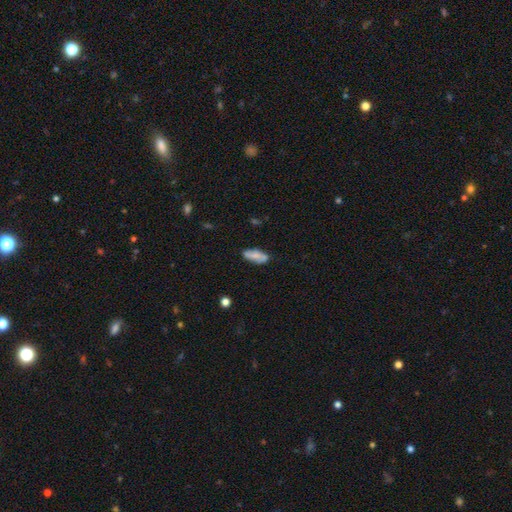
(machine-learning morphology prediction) A smooth galaxy with no disk features (67%) that is in between round and cigar-shaped (78%).

Vote fractions:
- Smooth or featured? smooth: 67% / featured or disk: 25% / star or artifact: 8%
- How rounded? in between: 78% / cigar-shaped: 19% / round: 3%
- Merging? none: 69% / minor disturbance: 21% / merger: 5% / major disturbance: 5%